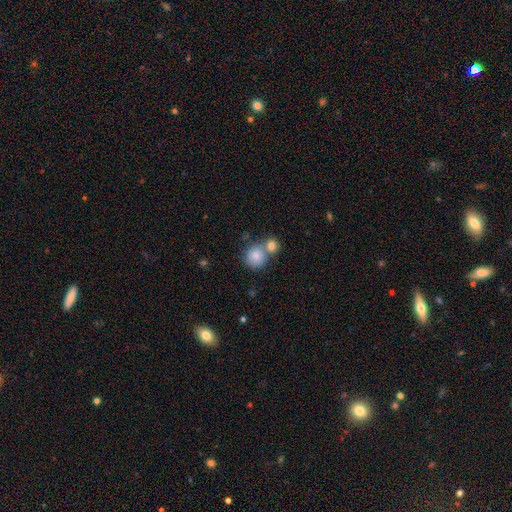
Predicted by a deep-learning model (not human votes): The model was most divided on "merging": none: 45%, merger: 43%, minor disturbance: 9%, major disturbance: 3%. More confident: smooth or featured — smooth (83%); how rounded — round (83%).